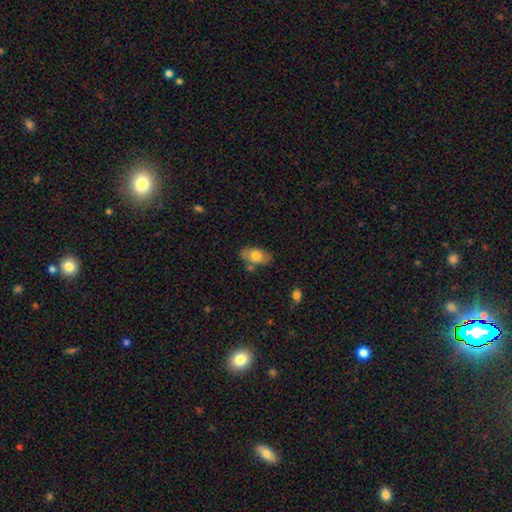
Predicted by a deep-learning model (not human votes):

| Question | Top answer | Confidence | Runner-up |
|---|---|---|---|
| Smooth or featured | smooth | 73% | featured or disk (20%) |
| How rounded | in between | 90% | round (6%) |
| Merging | none | 73% | minor disturbance (16%) |